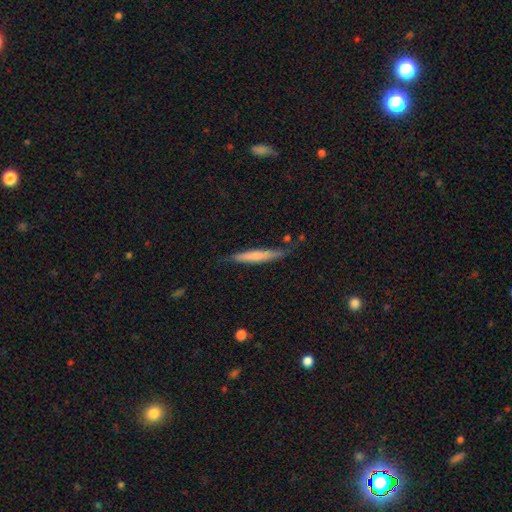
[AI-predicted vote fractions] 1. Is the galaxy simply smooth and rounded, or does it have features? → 63% smooth, 32% featured or disk, 6% star or artifact.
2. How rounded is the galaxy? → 94% cigar-shaped, 4% in between, 1% round.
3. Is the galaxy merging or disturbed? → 75% none, 19% minor disturbance, 4% major disturbance, 3% merger.